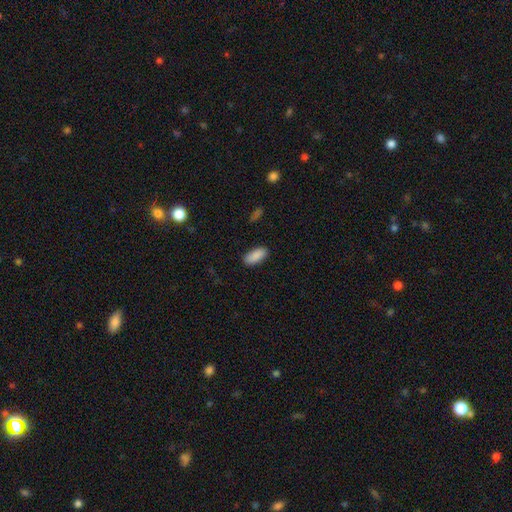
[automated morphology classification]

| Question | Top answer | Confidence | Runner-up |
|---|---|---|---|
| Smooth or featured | smooth | 90% | star or artifact (6%) |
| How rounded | in between | 88% | cigar-shaped (11%) |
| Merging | none | 88% | minor disturbance (9%) |